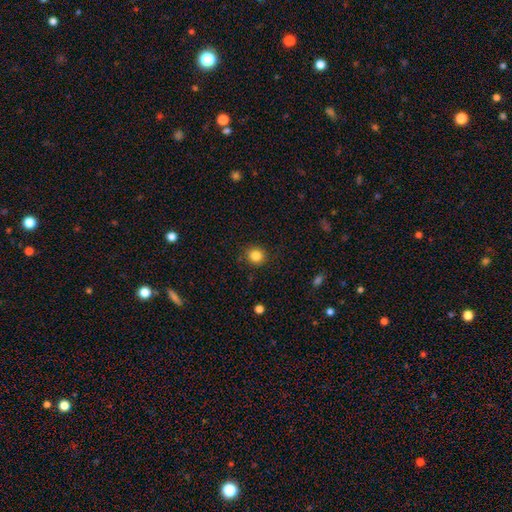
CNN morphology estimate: smooth 84%, star or artifact 11%, featured or disk 5%. Down the decision tree: how rounded — round (88%); merging — none (88%).